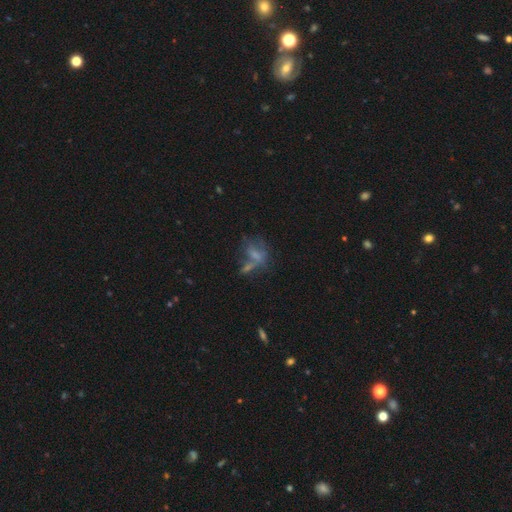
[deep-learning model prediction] Overall: smooth (47%; featured or disk 34%). Merging: none (35%; merger 27%).